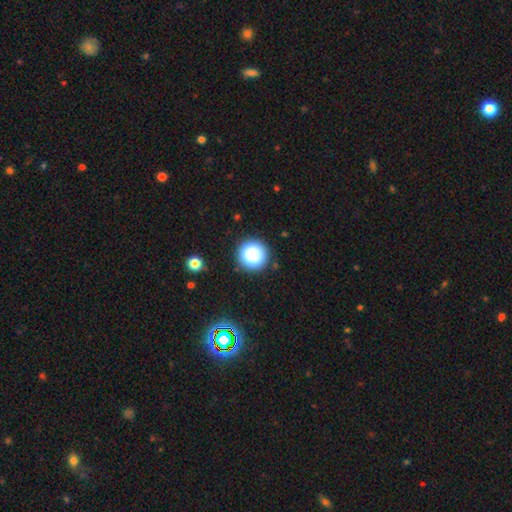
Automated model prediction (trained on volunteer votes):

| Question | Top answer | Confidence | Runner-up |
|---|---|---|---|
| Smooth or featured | smooth | 85% | star or artifact (10%) |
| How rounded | round | 95% | in between (4%) |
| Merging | none | 89% | minor disturbance (7%) |